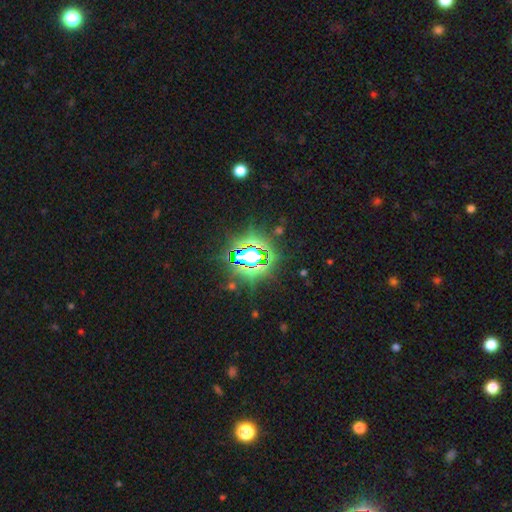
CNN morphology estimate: smooth-or-featured: star or artifact: 81% | smooth: 12% | featured or disk: 7%